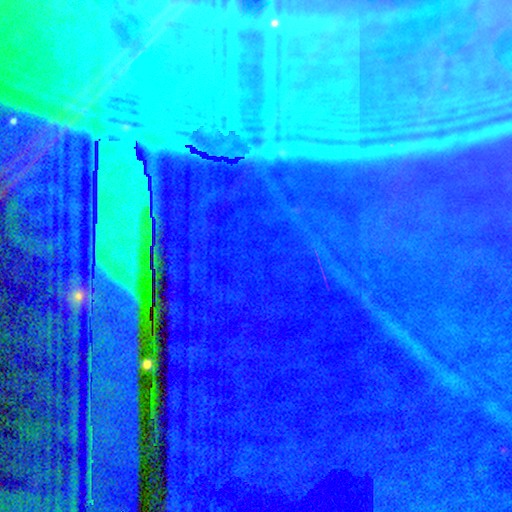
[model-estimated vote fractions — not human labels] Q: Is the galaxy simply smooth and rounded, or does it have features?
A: star or artifact — 87%.